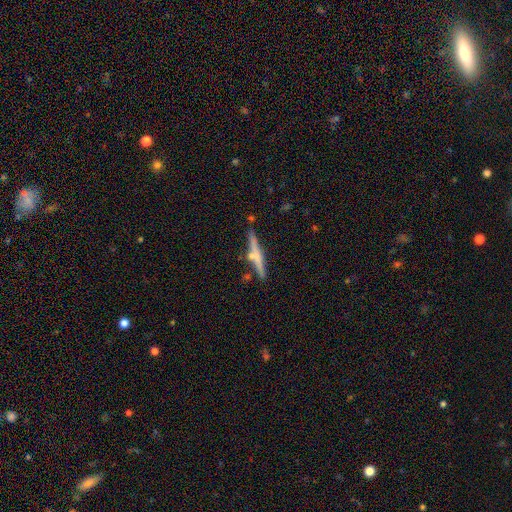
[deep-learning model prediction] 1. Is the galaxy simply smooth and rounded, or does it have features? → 53% featured or disk, 40% smooth, 7% star or artifact.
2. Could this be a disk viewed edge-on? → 96% yes, 4% no.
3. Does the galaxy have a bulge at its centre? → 51% rounded, 38% none, 11% boxy.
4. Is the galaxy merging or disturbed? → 75% none, 13% minor disturbance, 9% merger, 3% major disturbance.